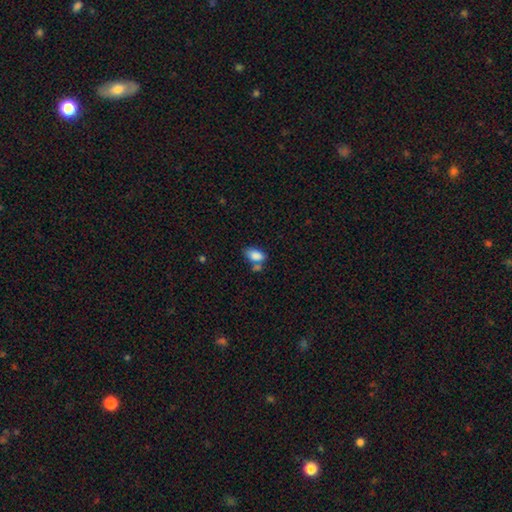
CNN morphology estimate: smooth 84%, star or artifact 8%, featured or disk 7%. Down the decision tree: how rounded — in between (91%); merging — none (45%).